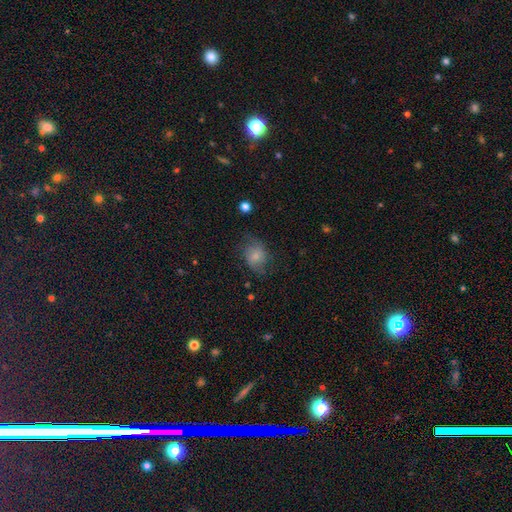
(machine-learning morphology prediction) smooth_or_featured: smooth (p=0.63) [alt: featured or disk p=0.28]
how_rounded: in between (p=0.56) [alt: round p=0.43]
merging: none (p=0.58) [alt: minor disturbance p=0.26]